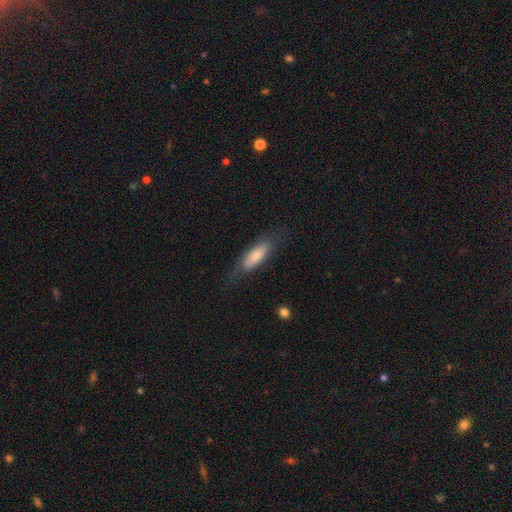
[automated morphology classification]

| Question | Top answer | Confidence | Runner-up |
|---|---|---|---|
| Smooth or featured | smooth | 72% | featured or disk (22%) |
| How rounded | in between | 57% | cigar-shaped (41%) |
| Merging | none | 67% | minor disturbance (22%) |